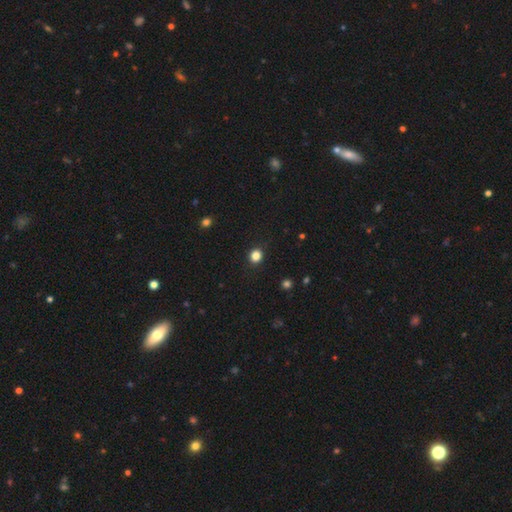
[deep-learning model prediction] Smooth or featured?
  - smooth: 84% *
  - star or artifact: 13%
  - featured or disk: 3%
How rounded?
  - round: 85% *
  - in between: 14%
  - cigar-shaped: 1%
Merging?
  - none: 91% *
  - minor disturbance: 6%
  - major disturbance: 2%
  - merger: 1%